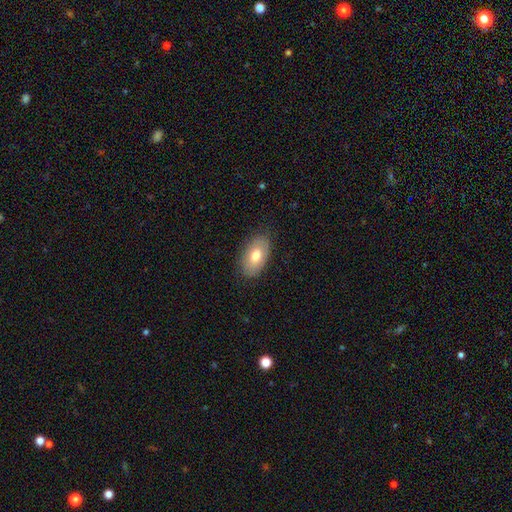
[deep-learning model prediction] Smooth or featured: smooth — 74% (featured or disk — 20%)
How rounded: in between — 94% (round — 5%)
Merging: none — 83% (minor disturbance — 13%)